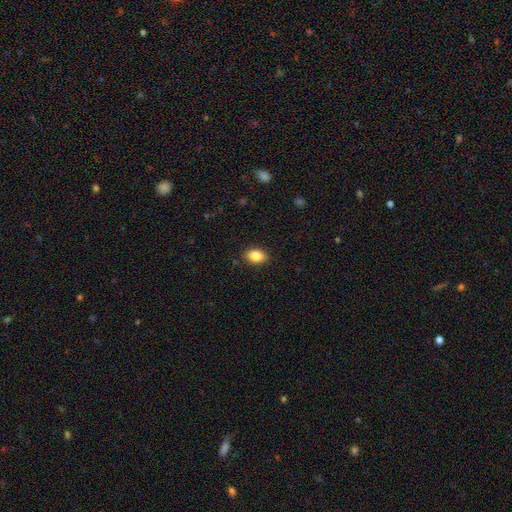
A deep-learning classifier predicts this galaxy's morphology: Smooth or featured: smooth — 86% (star or artifact — 8%)
How rounded: in between — 83% (round — 15%)
Merging: none — 87% (minor disturbance — 10%)